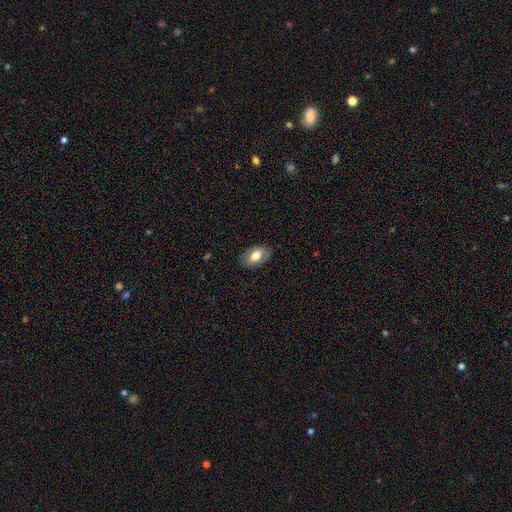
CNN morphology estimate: This is likely a smooth galaxy (67%). How rounded: clearly in between (90%). Merging: clearly none (84%).